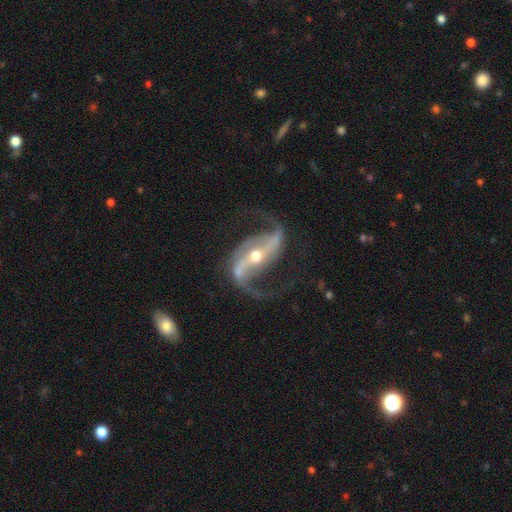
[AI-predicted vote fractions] The model was most divided on "bulge size": moderate: 51%, small: 45%, large: 2%, none: 1%, dominant: 1%. More confident: spiral arms — yes (98%); edge-on disk — no (96%); spiral arm count — 2 (94%); smooth or featured — featured or disk (92%); merging — none (74%); bar — strong (65%); spiral winding — loose (62%).